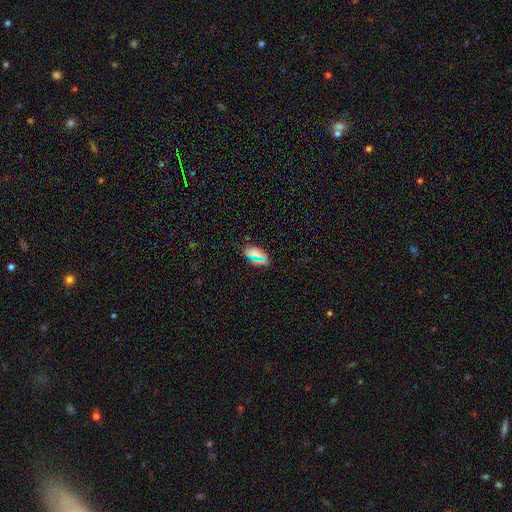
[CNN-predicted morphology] Smooth or featured? Predicted: smooth (p=0.70). How rounded? Predicted: in between (p=0.90). Merging? Predicted: none (p=0.79).